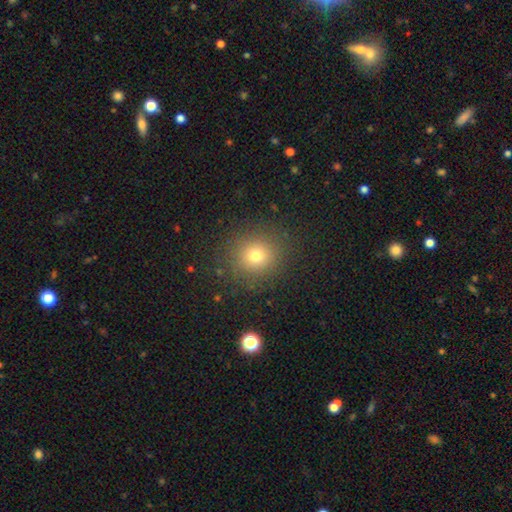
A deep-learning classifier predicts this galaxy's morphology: A smooth galaxy with no disk features (74%) that is round (88%).

Vote fractions:
- Smooth or featured? smooth: 74% / star or artifact: 17% / featured or disk: 9%
- How rounded? round: 88% / in between: 11% / cigar-shaped: 1%
- Merging? none: 88% / minor disturbance: 7% / major disturbance: 3% / merger: 1%